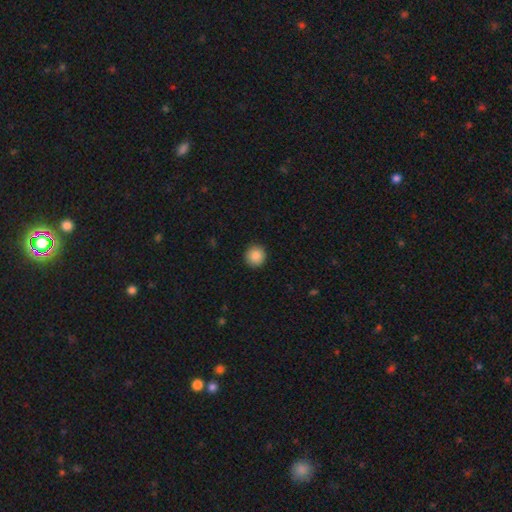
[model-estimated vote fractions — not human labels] This appears to be a smooth galaxy with no disk features (88%) that is round (93%). Merging: none (92%).